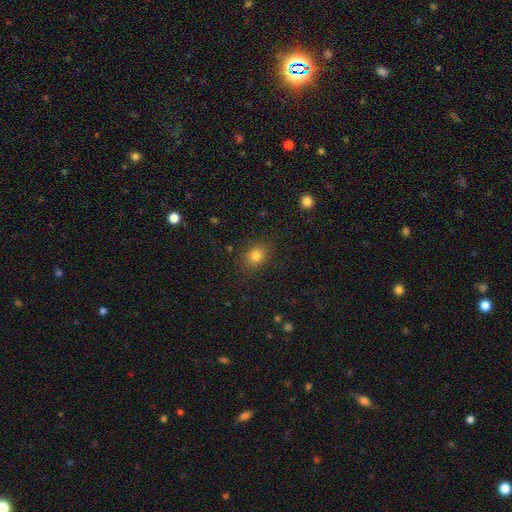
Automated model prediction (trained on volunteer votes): Smooth or featured? Predicted: smooth (p=0.81). How rounded? Predicted: round (p=0.54). Merging? Predicted: none (p=0.84).